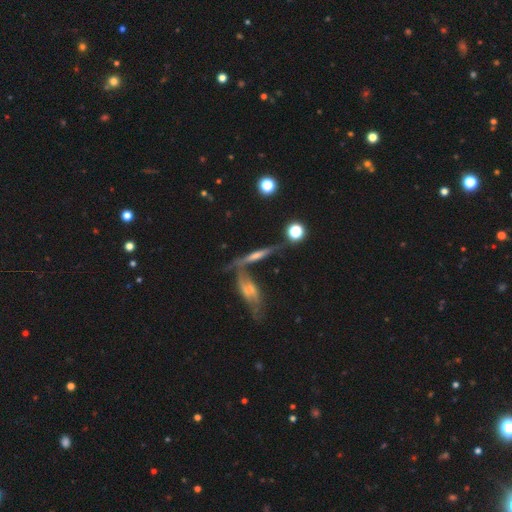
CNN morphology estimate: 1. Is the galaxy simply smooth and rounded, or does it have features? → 68% featured or disk, 20% smooth, 12% star or artifact.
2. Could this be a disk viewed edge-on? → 85% yes, 15% no.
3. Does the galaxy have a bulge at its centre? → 69% rounded, 18% none, 13% boxy.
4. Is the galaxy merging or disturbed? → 54% none, 27% merger, 12% minor disturbance, 6% major disturbance.